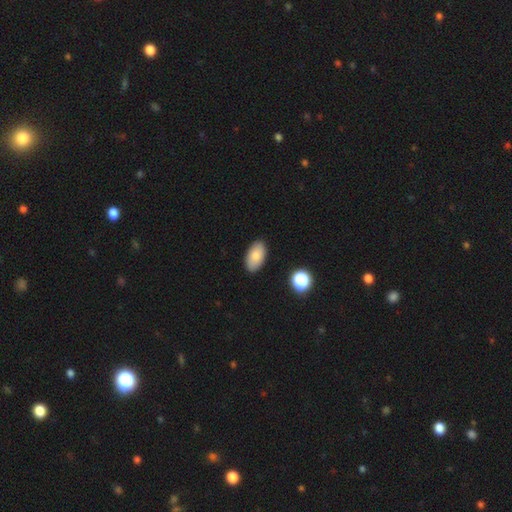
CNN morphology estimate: A smooth galaxy with no disk features (84%) that is in between round and cigar-shaped (95%). Merging: none (88%).